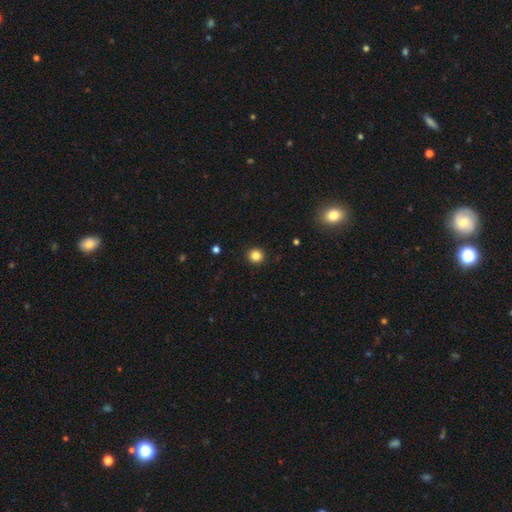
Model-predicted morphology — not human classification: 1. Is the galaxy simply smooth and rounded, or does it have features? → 84% smooth, 12% star or artifact, 4% featured or disk.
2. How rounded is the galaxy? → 94% round, 5% in between, 1% cigar-shaped.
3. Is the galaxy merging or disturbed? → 93% none, 4% minor disturbance, 2% major disturbance, 1% merger.